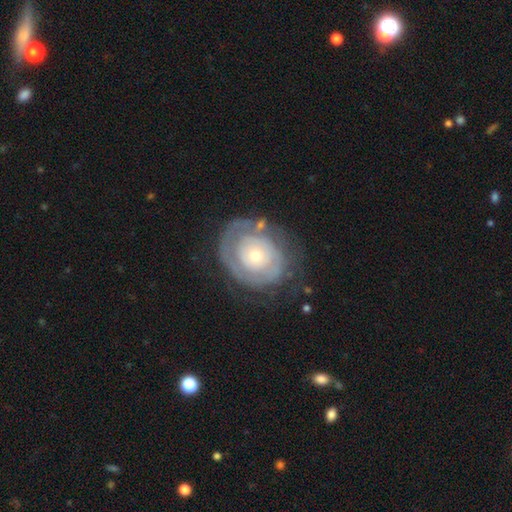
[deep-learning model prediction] smooth-or-featured: featured or disk: 68% | smooth: 26% | star or artifact: 6%
  disk-edge-on: no: 96% | yes: 4%
    bar: no: 89% | weak: 9% | strong: 3%
    has-spiral-arms: yes: 56% | no: 44%
    bulge-size: small: 56% | moderate: 39% | large: 3% | dominant: 1% | none: 1%
  merging: none: 65% | minor disturbance: 19% | major disturbance: 13% | merger: 3%